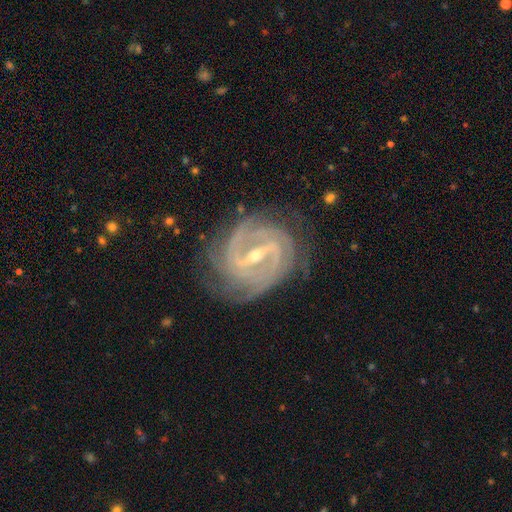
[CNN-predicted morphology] Smooth or featured? Predicted: featured or disk (p=0.93). Edge-on disk? Predicted: no (p=0.96). Bar? Predicted: strong (p=0.67). Spiral arms? Predicted: yes (p=0.98). Spiral winding? Predicted: tight (p=0.64). Spiral arm count? Predicted: 2 (p=0.32). Bulge size? Predicted: small (p=0.61). Merging? Predicted: none (p=0.75).